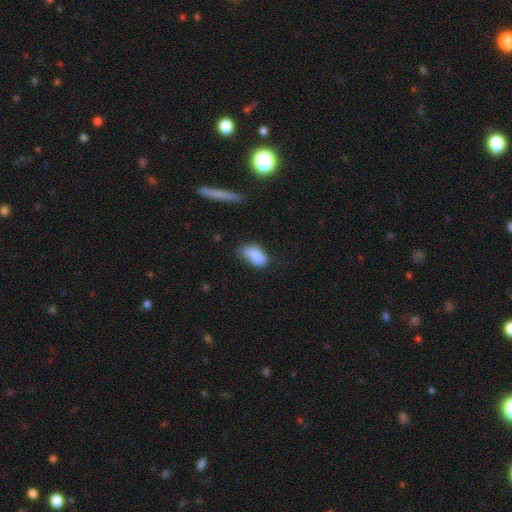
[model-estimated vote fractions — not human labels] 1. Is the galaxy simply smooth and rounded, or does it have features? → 85% smooth, 8% star or artifact, 7% featured or disk.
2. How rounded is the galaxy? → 91% in between, 5% round, 4% cigar-shaped.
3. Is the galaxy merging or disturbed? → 48% none, 36% minor disturbance, 12% major disturbance, 4% merger.